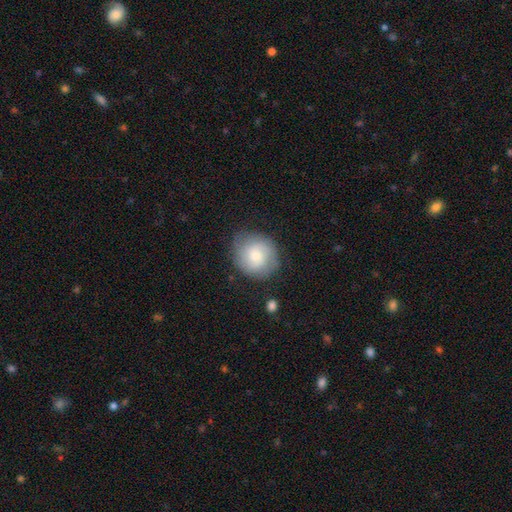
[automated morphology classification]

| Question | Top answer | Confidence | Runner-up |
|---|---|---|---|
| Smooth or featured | smooth | 53% | featured or disk (40%) |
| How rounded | round | 84% | in between (15%) |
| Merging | none | 76% | minor disturbance (17%) |